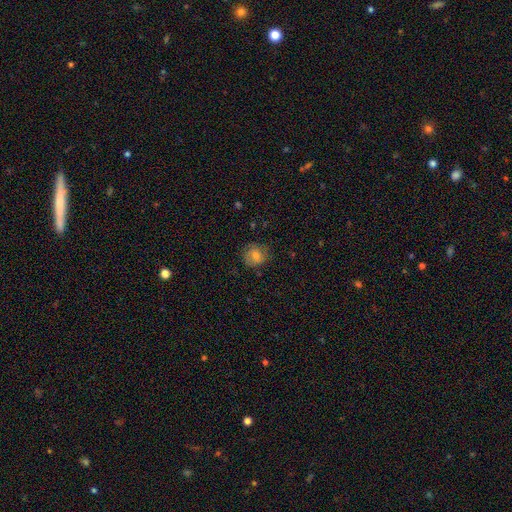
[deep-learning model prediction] Smooth or featured?
  - smooth: 70% *
  - featured or disk: 20%
  - star or artifact: 10%
How rounded?
  - round: 81% *
  - in between: 18%
  - cigar-shaped: 1%
Merging?
  - none: 78% *
  - minor disturbance: 17%
  - major disturbance: 5%
  - merger: 1%